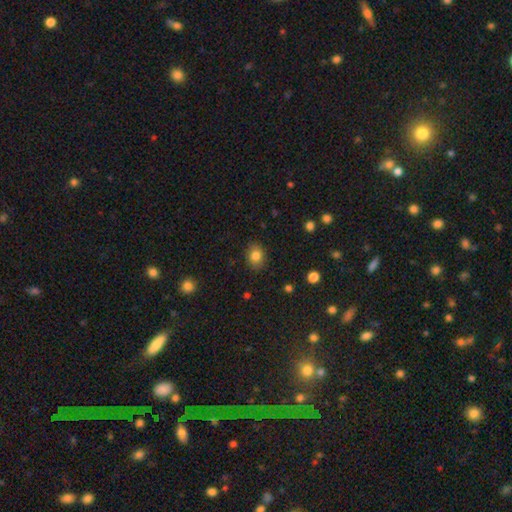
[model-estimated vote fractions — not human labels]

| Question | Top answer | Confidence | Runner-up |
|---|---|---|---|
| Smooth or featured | smooth | 81% | star or artifact (10%) |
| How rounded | in between | 52% | round (47%) |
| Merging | none | 87% | minor disturbance (9%) |